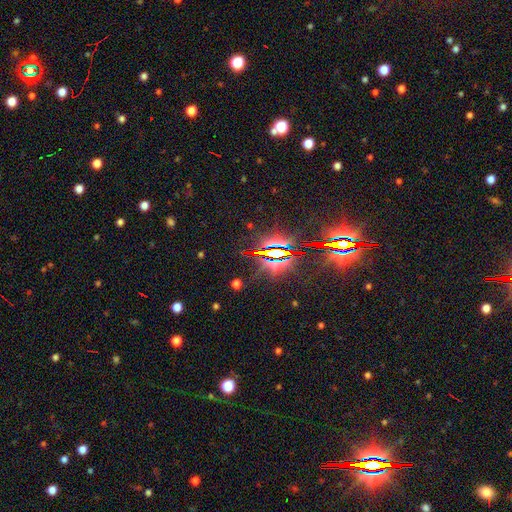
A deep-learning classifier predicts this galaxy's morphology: This is clearly a star or artifact rather than a galaxy (85%).